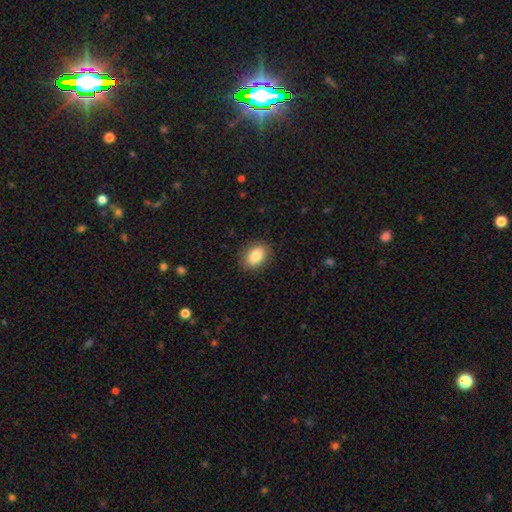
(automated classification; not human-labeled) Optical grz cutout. It shows a smooth galaxy with no disk features (84%) that is in between round and cigar-shaped (75%). Merging: none (87%).